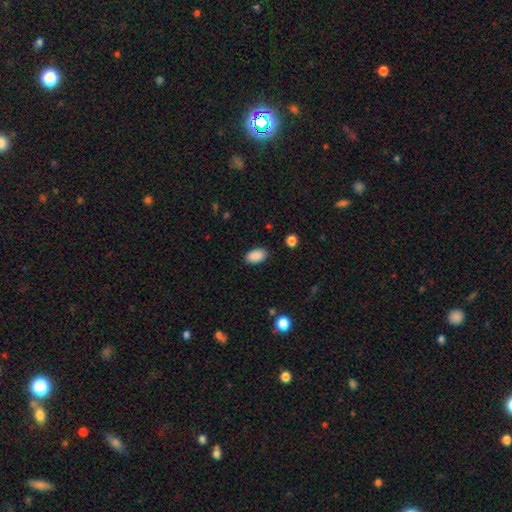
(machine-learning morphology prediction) A smooth galaxy with no disk features (90%) that is in between round and cigar-shaped (93%). Merging: none (87%).